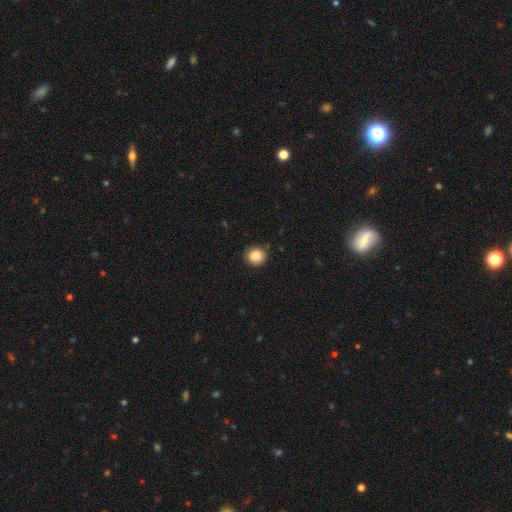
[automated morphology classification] Smooth or featured? smooth (87%)
How rounded? round (85%)
Merging? none (79%)